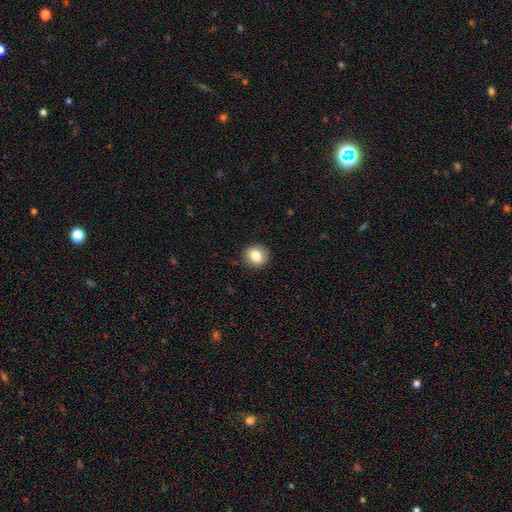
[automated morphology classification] This appears to be a smooth galaxy with no disk features (82%) that is round (81%). Merging: none (89%).